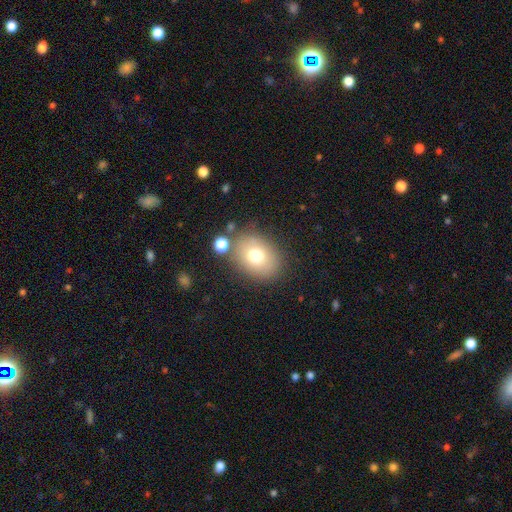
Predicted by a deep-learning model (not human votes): Smooth or featured: smooth — 72% (featured or disk — 17%)
How rounded: in between — 60% (round — 39%)
Merging: none — 76% (minor disturbance — 13%)